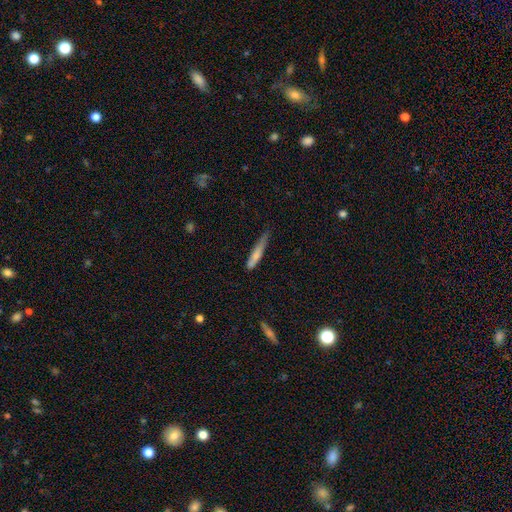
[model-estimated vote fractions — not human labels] A smooth galaxy with no disk features (72%) that is cigar-shaped (90%). Merging: none (53%).